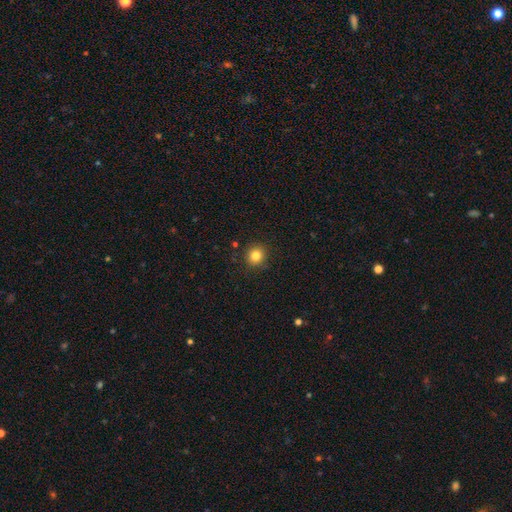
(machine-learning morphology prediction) smooth-or-featured: smooth: 83% | star or artifact: 11% | featured or disk: 6%
  how-rounded: round: 90% | in between: 9% | cigar-shaped: 1%
  merging: none: 90% | minor disturbance: 6% | major disturbance: 2% | merger: 1%